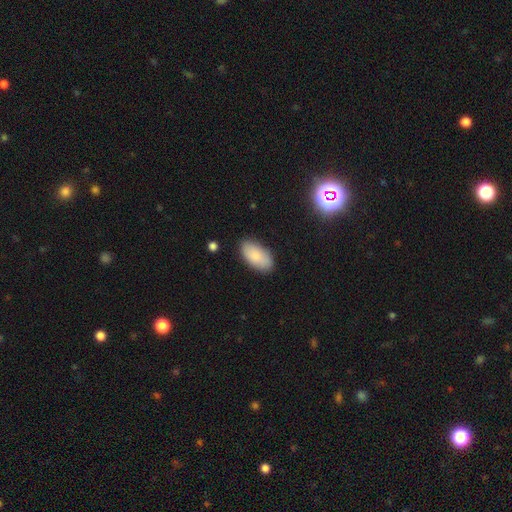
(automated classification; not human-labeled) Overall: smooth (84%). How rounded: in between (95%). Merging: none (83%).